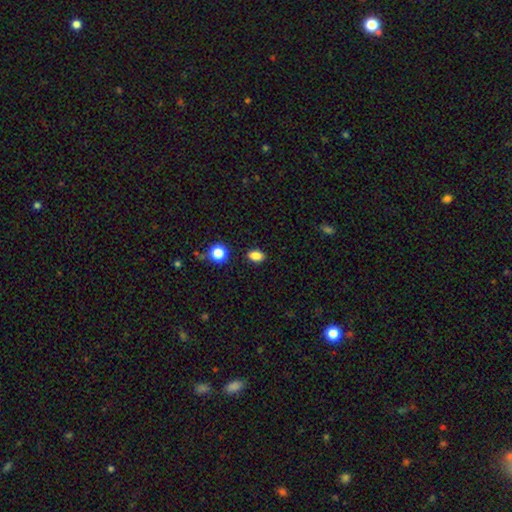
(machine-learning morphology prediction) A smooth galaxy with no disk features (85%) that is in between round and cigar-shaped (78%). Merging: none (88%).